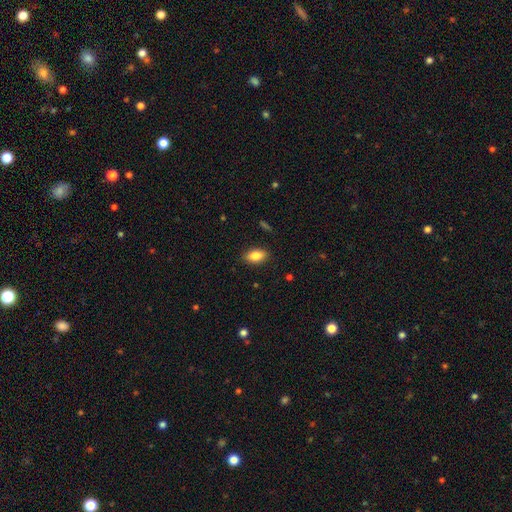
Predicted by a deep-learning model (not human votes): This is clearly a smooth galaxy (83%). How rounded: clearly in between (89%). Merging: clearly none (87%).